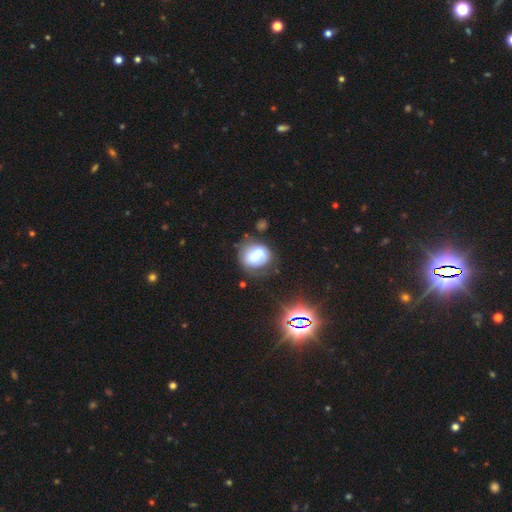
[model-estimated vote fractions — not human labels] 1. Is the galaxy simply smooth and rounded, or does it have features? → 68% smooth, 20% featured or disk, 12% star or artifact.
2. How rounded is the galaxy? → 61% round, 38% in between, 1% cigar-shaped.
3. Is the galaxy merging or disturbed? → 52% none, 25% minor disturbance, 12% merger, 11% major disturbance.